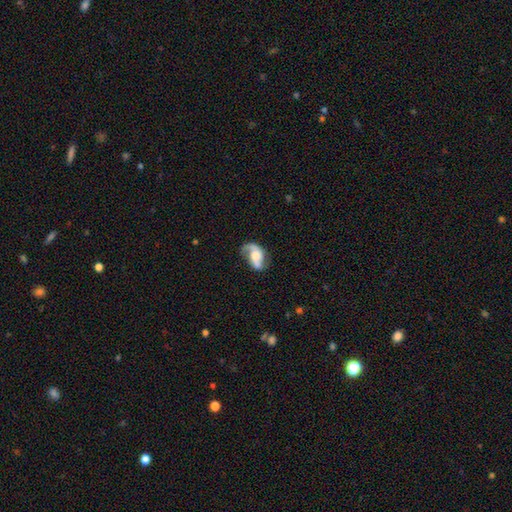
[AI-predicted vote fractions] Morphology: type=featured or disk (77%); edge-on=no (97%); bar=no (54%); spiral arms=yes (92%); winding=loose (54%); arm count=2 (83%); bulge=moderate (47%); merging=none (56%).